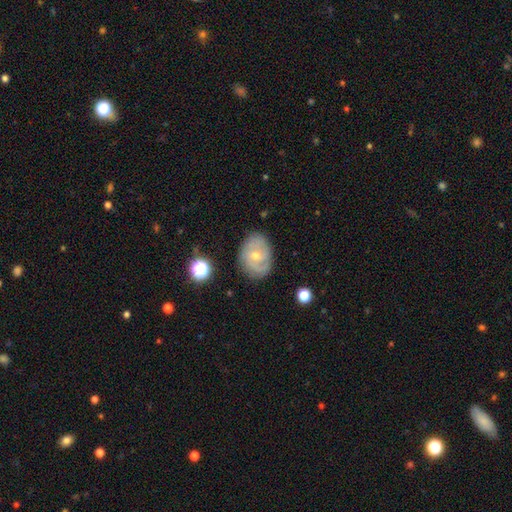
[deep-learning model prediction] Morphology: type=featured or disk (75%); edge-on=no (97%); bar=no (57%); spiral arms=yes (92%); winding=tight (52%); arm count=2 (46%); bulge=small (55%); merging=none (76%).